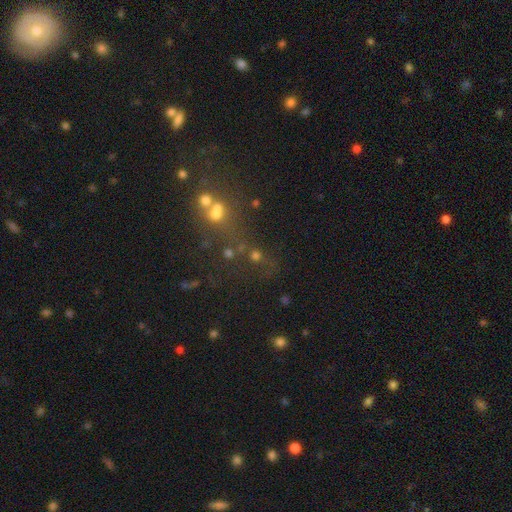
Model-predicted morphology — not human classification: A smooth galaxy with no disk features (44%). Merging: none (51%).